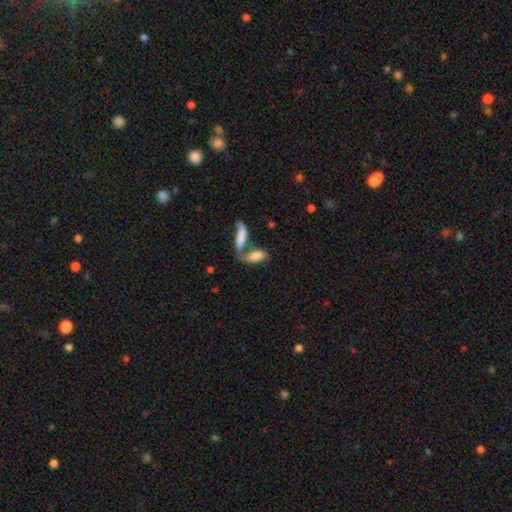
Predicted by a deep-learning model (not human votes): A smooth galaxy with no disk features (74%) that is in between round and cigar-shaped (69%).

Vote fractions:
- Smooth or featured? smooth: 74% / featured or disk: 18% / star or artifact: 7%
- How rounded? in between: 69% / cigar-shaped: 28% / round: 3%
- Merging? merger: 62% / none: 25% / minor disturbance: 8% / major disturbance: 6%